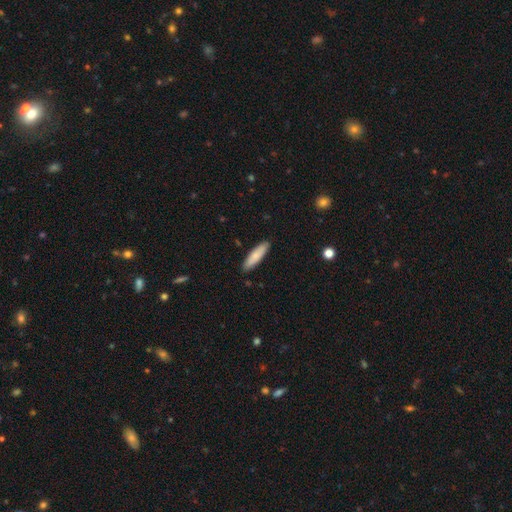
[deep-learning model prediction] The model was most divided on "how rounded": cigar-shaped: 67%, in between: 31%, round: 1%. More confident: merging — none (89%); smooth or featured — smooth (81%).